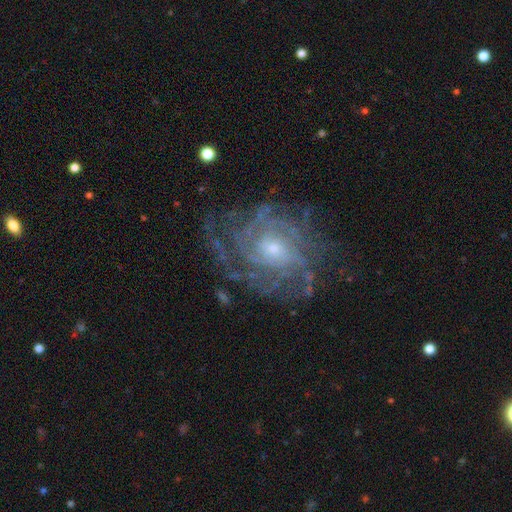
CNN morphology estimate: Smooth or featured: featured or disk — 84% (star or artifact — 10%)
Edge-on disk: no — 97% (yes — 3%)
Bar: no — 67% (weak — 27%)
Spiral arms: yes — 94% (no — 6%)
Spiral winding: tight — 67% (medium — 26%)
Spiral arm count: can't tell — 41% (4 — 16%)
Bulge size: small — 57% (moderate — 38%)
Merging: none — 75% (minor disturbance — 15%)